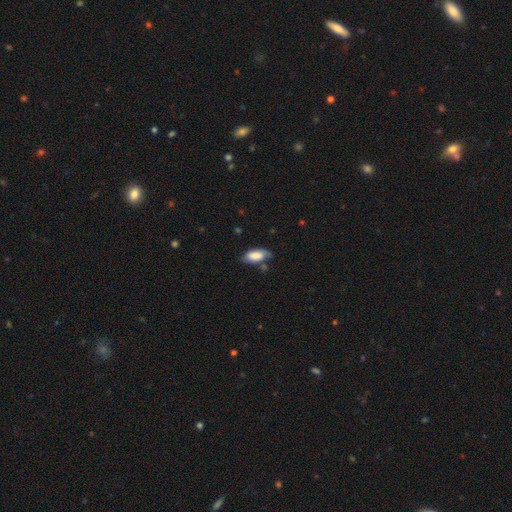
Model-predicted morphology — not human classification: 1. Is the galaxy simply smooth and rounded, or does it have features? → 79% smooth, 14% featured or disk, 7% star or artifact.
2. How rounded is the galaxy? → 88% in between, 9% cigar-shaped, 2% round.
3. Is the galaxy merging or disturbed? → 54% none, 32% minor disturbance, 9% major disturbance, 5% merger.